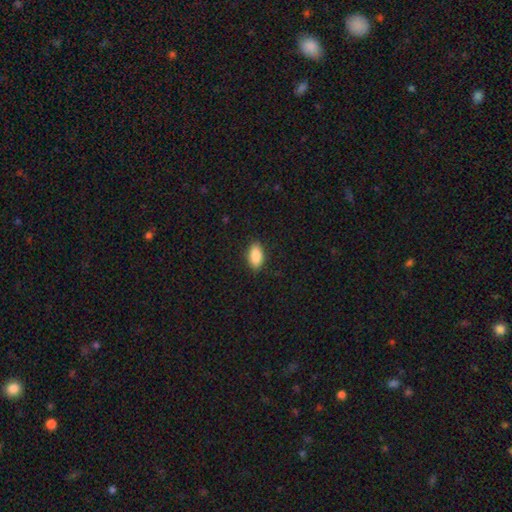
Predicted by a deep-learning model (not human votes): smooth 88%, star or artifact 7%, featured or disk 5%. Down the decision tree: how rounded — in between (91%); merging — none (87%).